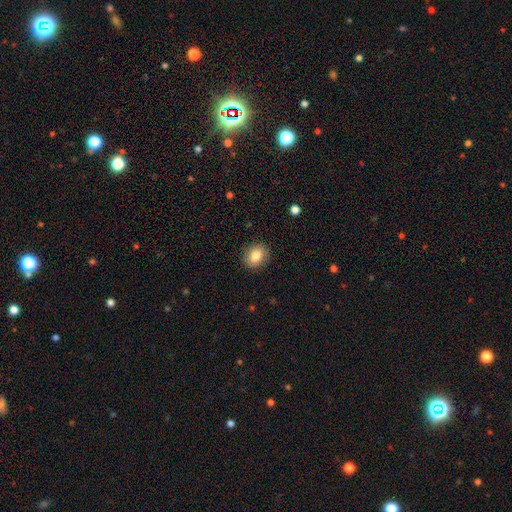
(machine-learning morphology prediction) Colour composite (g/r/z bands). It shows a smooth galaxy with no disk features (82%) that is round (56%). Merging: none (88%).